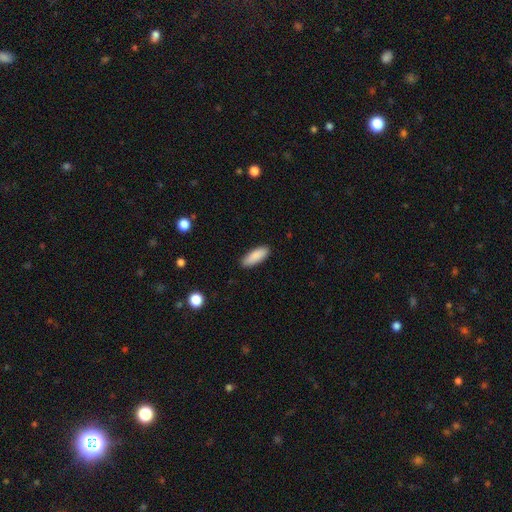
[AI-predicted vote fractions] The model was most divided on "how rounded": in between: 65%, cigar-shaped: 33%, round: 2%. More confident: smooth or featured — smooth (89%); merging — none (88%).